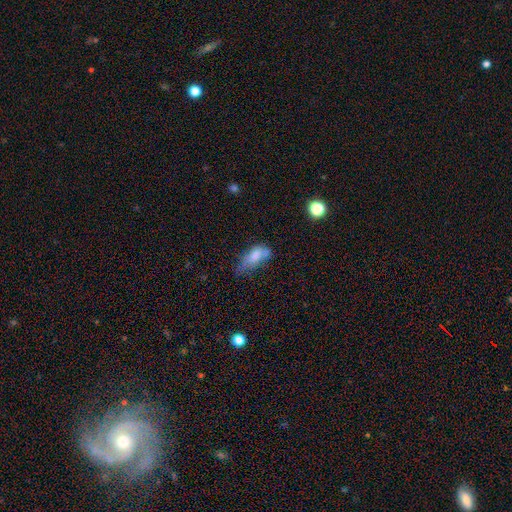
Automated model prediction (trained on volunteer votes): This appears to be a smooth galaxy with no disk features (71%) that is in between round and cigar-shaped (84%). Merging: minor disturbance (36%).